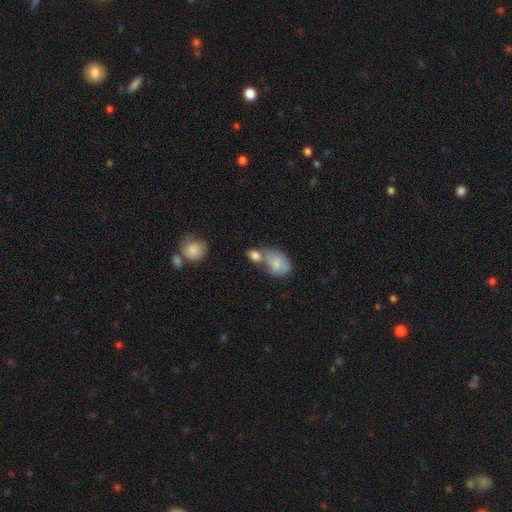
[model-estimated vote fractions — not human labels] This appears to be a smooth galaxy with no disk features (78%) that is in between round and cigar-shaped (74%). Merging: merger (50%).